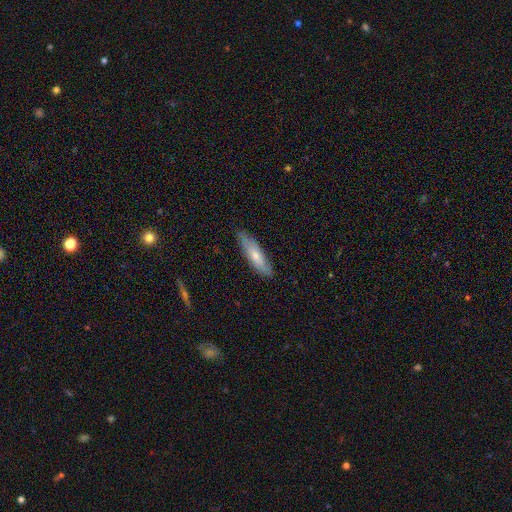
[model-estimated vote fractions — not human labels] A smooth galaxy with no disk features (65%) that is cigar-shaped (66%).

Vote fractions:
- Smooth or featured? smooth: 65% / featured or disk: 29% / star or artifact: 6%
- How rounded? cigar-shaped: 66% / in between: 32% / round: 2%
- Merging? none: 82% / minor disturbance: 14% / major disturbance: 2% / merger: 1%